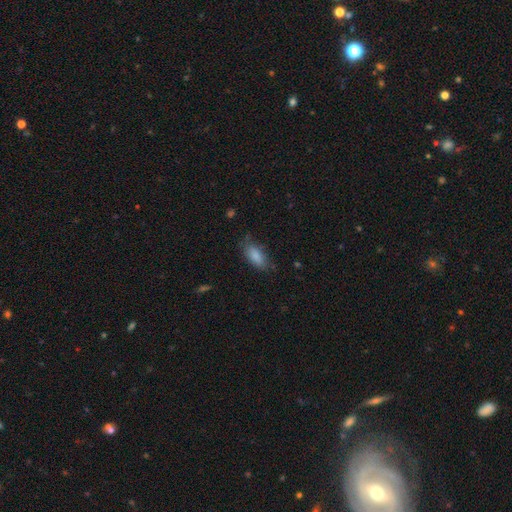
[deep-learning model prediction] This is clearly a smooth galaxy (85%). How rounded: clearly in between (85%). Merging: likely none (69%).